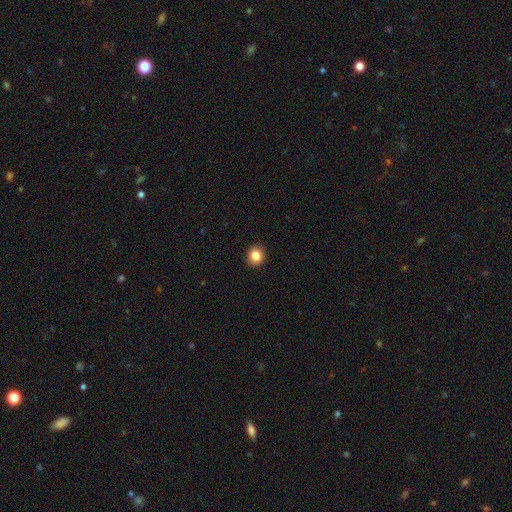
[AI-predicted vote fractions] The model was most divided on "how rounded": round: 84%, in between: 15%, cigar-shaped: 1%. More confident: merging — none (92%); smooth or featured — smooth (85%).